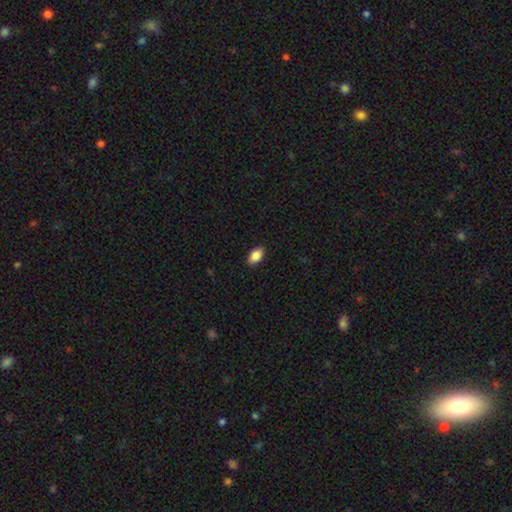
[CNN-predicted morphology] smooth_or_featured: smooth (p=0.88) [alt: star or artifact p=0.08]
how_rounded: in between (p=0.92) [alt: round p=0.07]
merging: none (p=0.90) [alt: minor disturbance p=0.07]